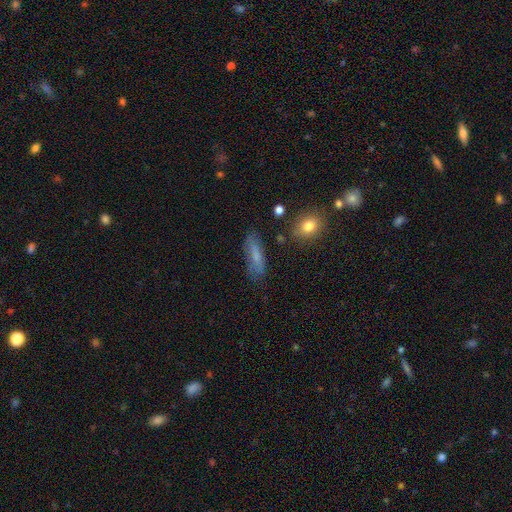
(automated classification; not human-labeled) Smooth or featured?
  - smooth: 65% *
  - featured or disk: 25%
  - star or artifact: 10%
How rounded?
  - in between: 50% *
  - cigar-shaped: 47%
  - round: 3%
Merging?
  - none: 71% *
  - minor disturbance: 19%
  - major disturbance: 6%
  - merger: 3%